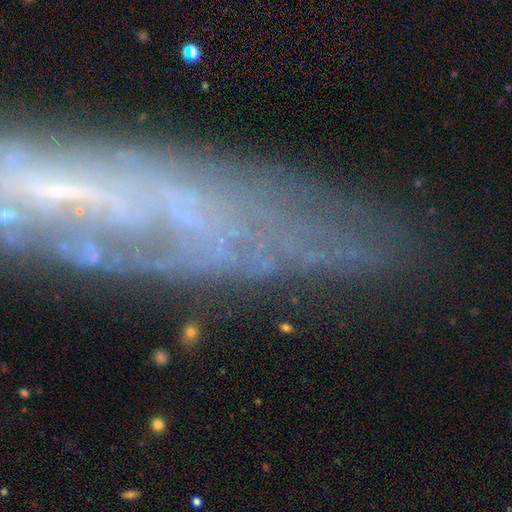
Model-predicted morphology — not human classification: This is likely a featured or disk galaxy (66%). It is likely not viewed edge-on (69%). Merging: likely none (69%).